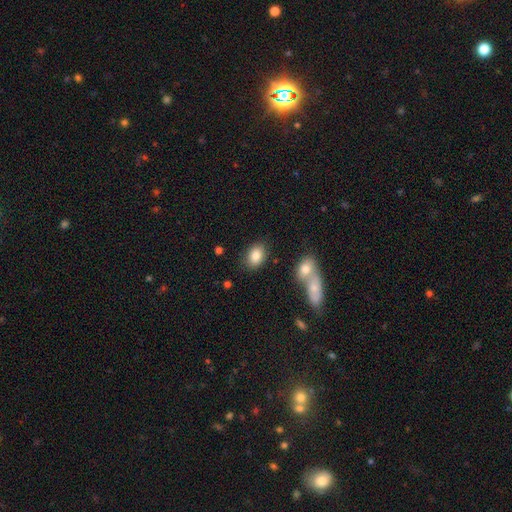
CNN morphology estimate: Smooth or featured?
  - smooth: 84% *
  - star or artifact: 8%
  - featured or disk: 8%
How rounded?
  - in between: 74% *
  - round: 25%
  - cigar-shaped: 1%
Merging?
  - none: 80% *
  - minor disturbance: 11%
  - merger: 6%
  - major disturbance: 3%